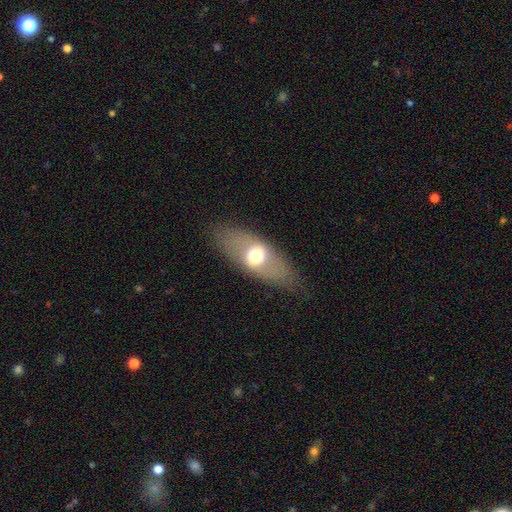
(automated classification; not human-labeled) smooth_or_featured: smooth (p=0.54) [alt: featured or disk p=0.38]
how_rounded: in between (p=0.78) [alt: cigar-shaped p=0.14]
merging: none (p=0.81) [alt: minor disturbance p=0.12]